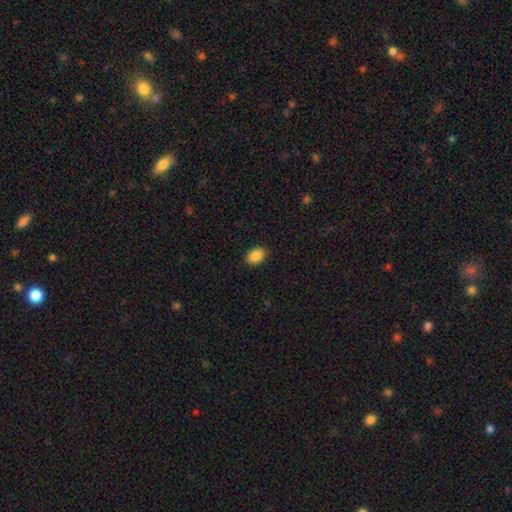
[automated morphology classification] A smooth galaxy with no disk features (89%) that is in between round and cigar-shaped (81%). Merging: none (89%).